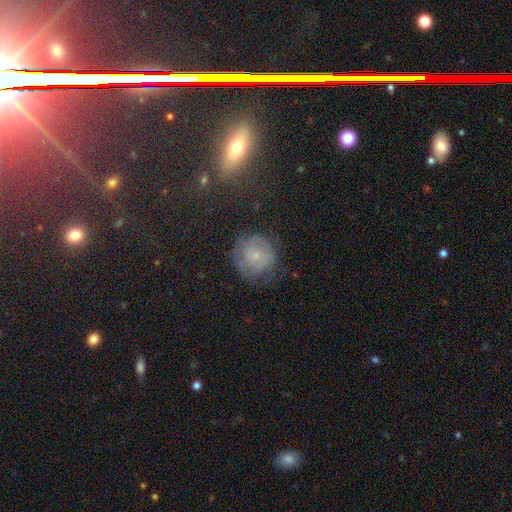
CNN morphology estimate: A featured or disk galaxy (48%).

Vote fractions:
- Smooth or featured? featured or disk: 48% / smooth: 39% / star or artifact: 13%
- Merging? none: 65% / minor disturbance: 21% / major disturbance: 12% / merger: 2%